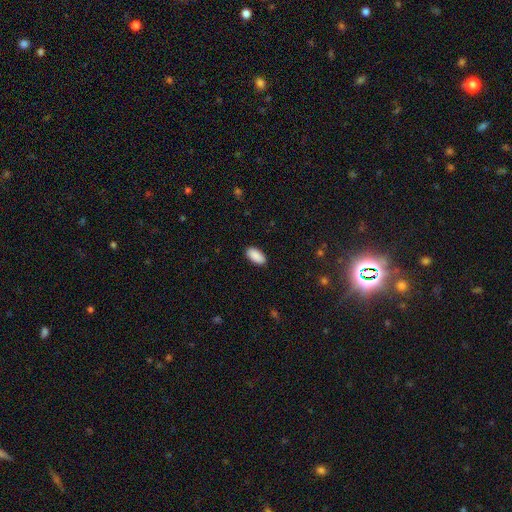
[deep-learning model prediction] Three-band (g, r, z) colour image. It shows a smooth galaxy with no disk features (91%) that is in between round and cigar-shaped (94%). Merging: none (90%).